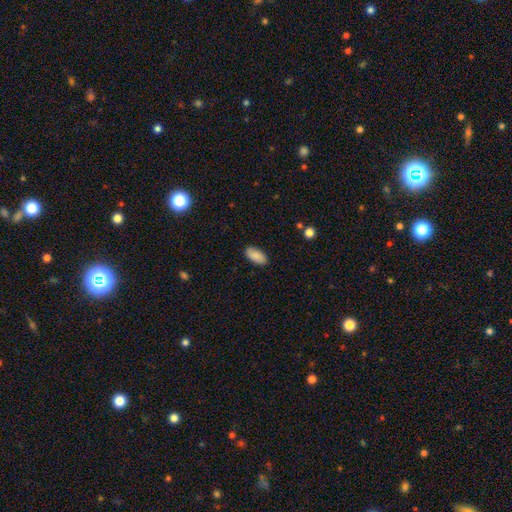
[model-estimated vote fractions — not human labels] Smooth or featured?
  - smooth: 88% *
  - star or artifact: 7%
  - featured or disk: 5%
How rounded?
  - in between: 93% *
  - cigar-shaped: 5%
  - round: 2%
Merging?
  - none: 88% *
  - minor disturbance: 9%
  - major disturbance: 2%
  - merger: 1%